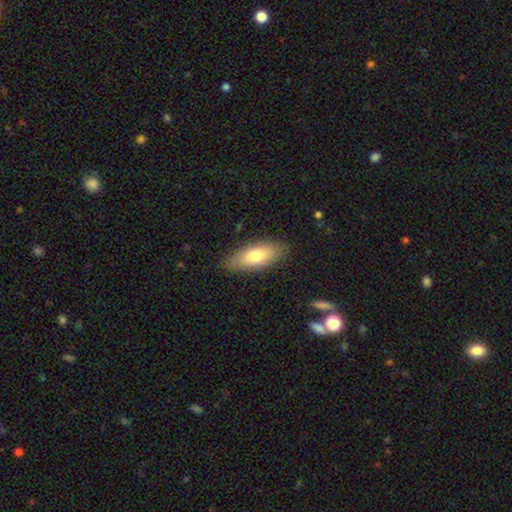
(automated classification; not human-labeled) Smooth or featured? smooth (73%)
How rounded? in between (73%)
Merging? none (85%)